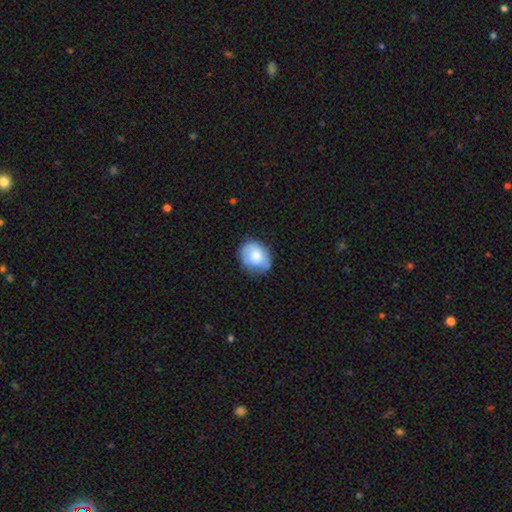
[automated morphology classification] This appears to be a smooth galaxy with no disk features (65%) that is in between round and cigar-shaped (50%). Merging: none (64%).